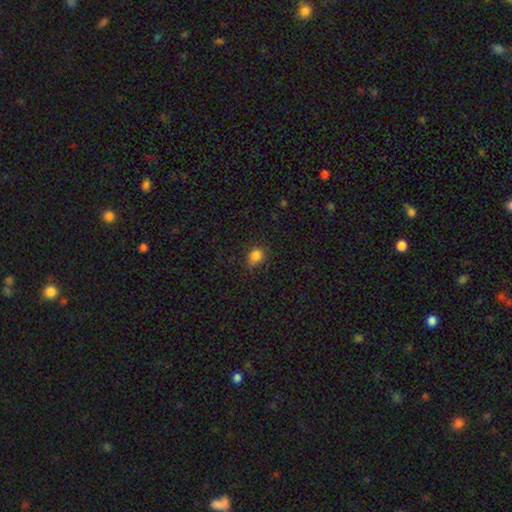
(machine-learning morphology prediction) A smooth galaxy with no disk features (83%) that is round (52%). Merging: none (71%).